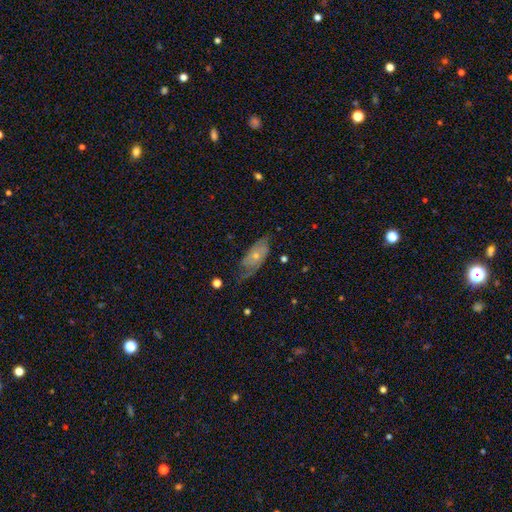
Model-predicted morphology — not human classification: A featured or disk galaxy (52%).

Vote fractions:
- Smooth or featured? featured or disk: 52% / smooth: 41% / star or artifact: 7%
- Edge-on disk? no: 87% / yes: 13%
- Merging? none: 49% / minor disturbance: 32% / major disturbance: 17% / merger: 2%